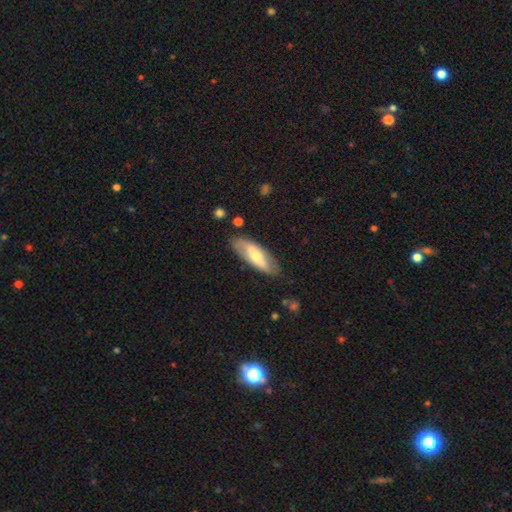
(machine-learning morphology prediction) smooth 53%, featured or disk 41%, star or artifact 5%. Down the decision tree: how rounded — in between (67%); merging — none (79%).